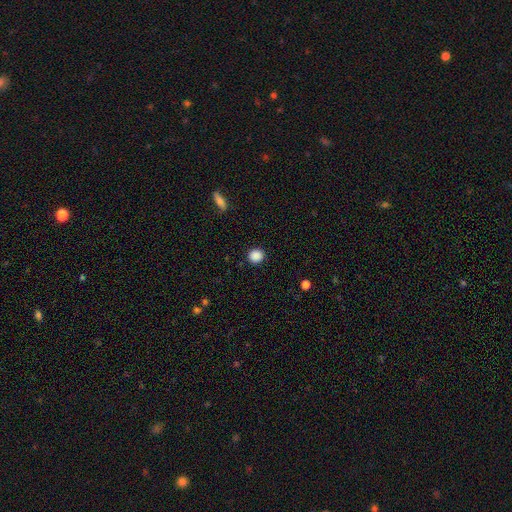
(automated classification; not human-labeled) smooth-or-featured: smooth: 88% | star or artifact: 9% | featured or disk: 3%
  how-rounded: round: 89% | in between: 10% | cigar-shaped: 1%
  merging: none: 91% | minor disturbance: 6% | major disturbance: 2% | merger: 1%